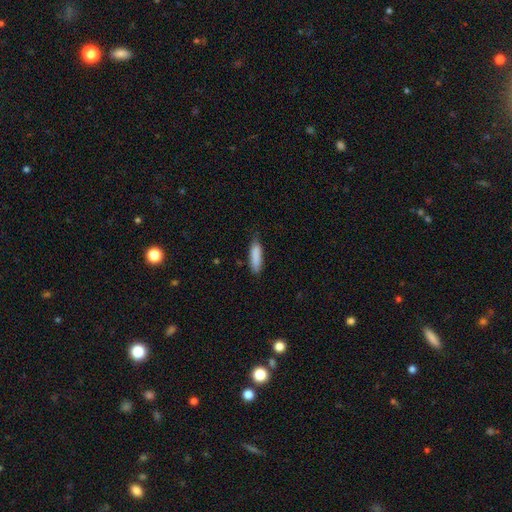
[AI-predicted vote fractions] The model was most divided on "how rounded": cigar-shaped: 61%, in between: 38%, round: 1%. More confident: smooth or featured — smooth (87%); merging — none (75%).